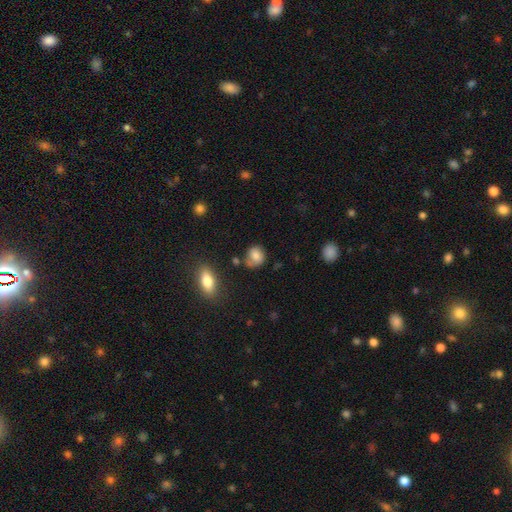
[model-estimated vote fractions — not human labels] The model was most divided on "how rounded": round: 62%, in between: 37%, cigar-shaped: 1%. More confident: smooth or featured — smooth (77%); merging — none (56%).